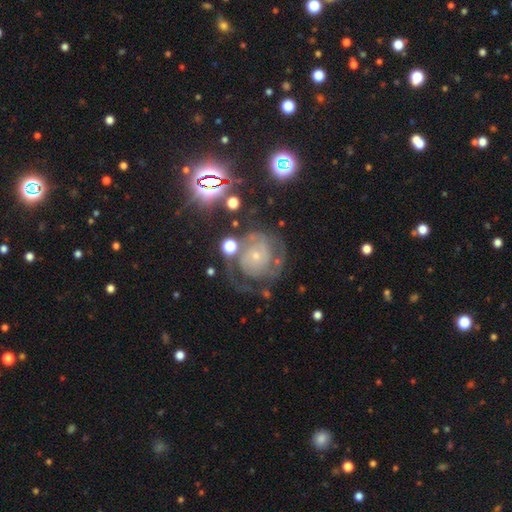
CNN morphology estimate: smooth_or_featured: featured or disk (p=0.80) [alt: smooth p=0.11]
disk_edge_on: no (p=0.98) [alt: yes p=0.02]
bar: no (p=0.77) [alt: weak p=0.18]
has_spiral_arms: yes (p=0.92) [alt: no p=0.08]
spiral_winding: tight (p=0.61) [alt: medium p=0.30]
spiral_arm_count: 2 (p=0.52) [alt: can't tell p=0.24]
bulge_size: small (p=0.79) [alt: moderate p=0.15]
merging: none (p=0.60) [alt: minor disturbance p=0.18]